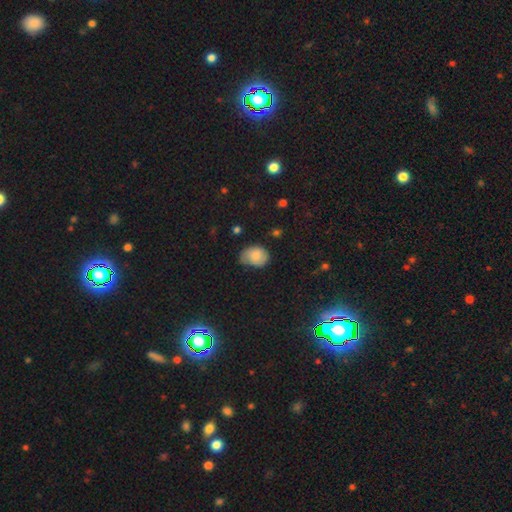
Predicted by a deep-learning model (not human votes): Overall: smooth (79%). How rounded: in between (64%; round 35%). Merging: none (46%; minor disturbance 41%).